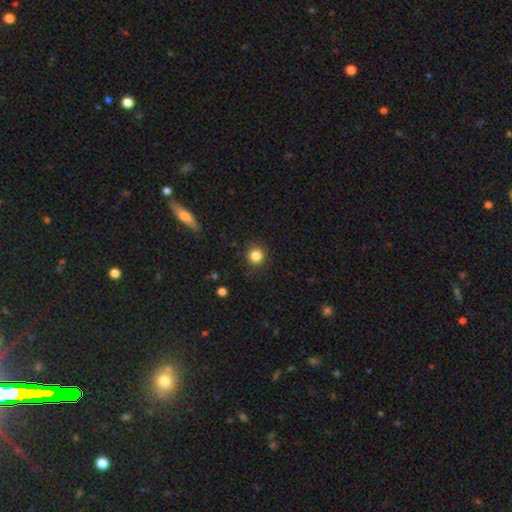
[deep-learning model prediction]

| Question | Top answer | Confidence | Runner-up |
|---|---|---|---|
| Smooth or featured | smooth | 84% | star or artifact (11%) |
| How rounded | round | 91% | in between (8%) |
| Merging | none | 89% | minor disturbance (7%) |